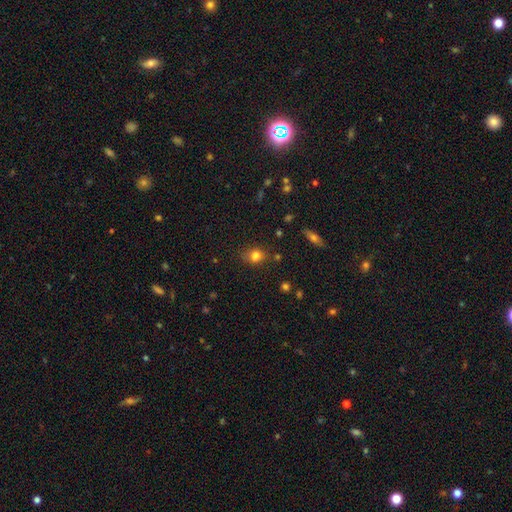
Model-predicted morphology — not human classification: This appears to be a smooth galaxy with no disk features (79%) that is round (52%). Merging: none (68%).